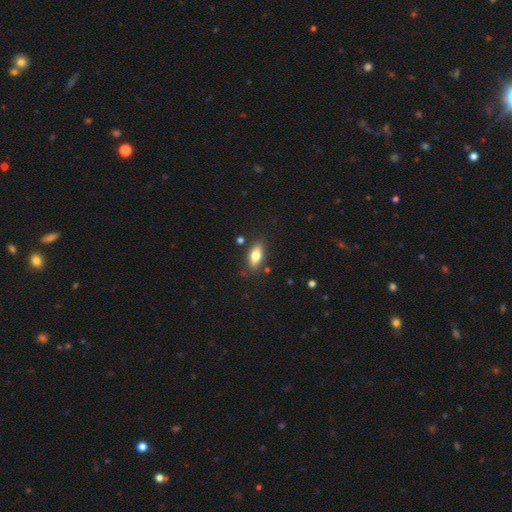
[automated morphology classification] Smooth or featured?
  - smooth: 74% *
  - featured or disk: 19%
  - star or artifact: 7%
How rounded?
  - in between: 82% *
  - cigar-shaped: 15%
  - round: 4%
Merging?
  - none: 83% *
  - minor disturbance: 12%
  - merger: 3%
  - major disturbance: 3%